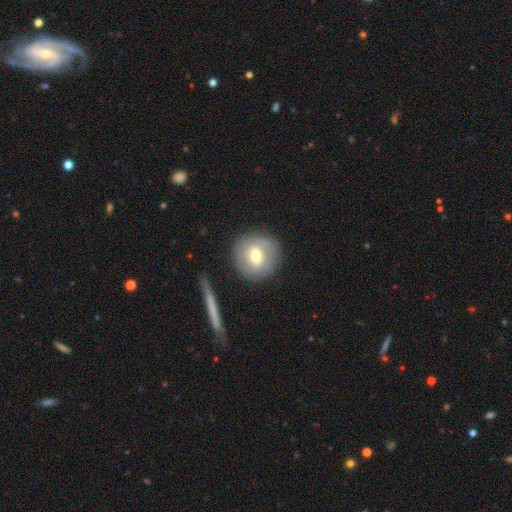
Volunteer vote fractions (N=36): Volunteers were most divided on "smooth or featured": smooth: 61%, featured or disk: 36%, star or artifact: 3%. More confident: merging — none (86%); how rounded — round (82%).